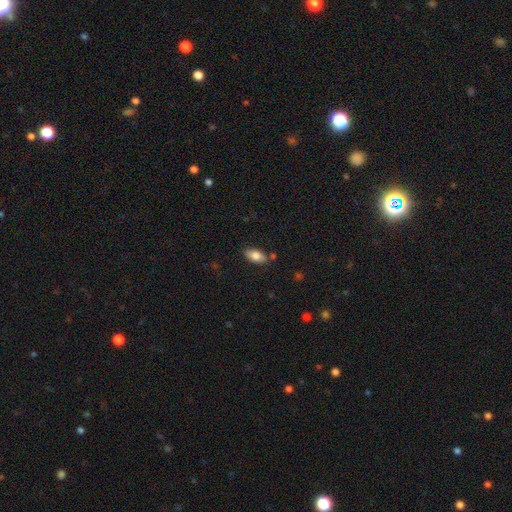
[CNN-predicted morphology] A smooth galaxy with no disk features (78%) that is in between round and cigar-shaped (90%).

Vote fractions:
- Smooth or featured? smooth: 78% / featured or disk: 15% / star or artifact: 7%
- How rounded? in between: 90% / cigar-shaped: 6% / round: 4%
- Merging? none: 79% / minor disturbance: 14% / merger: 4% / major disturbance: 3%